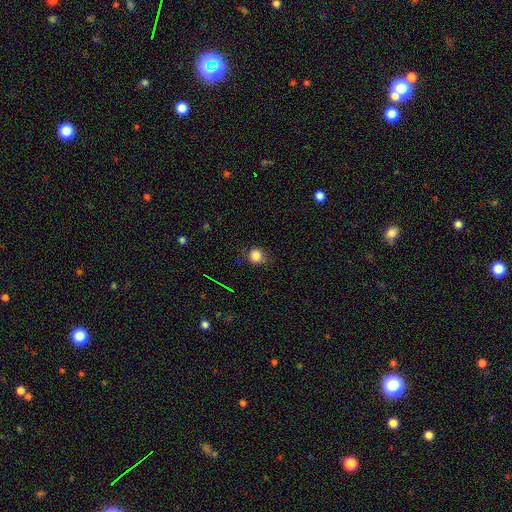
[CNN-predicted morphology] Smooth or featured? smooth (81%)
How rounded? round (81%)
Merging? none (73%)